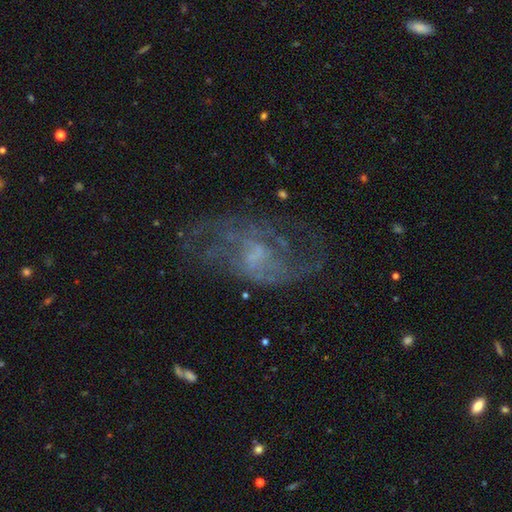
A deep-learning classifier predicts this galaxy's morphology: Smooth or featured? featured or disk (78%)
Edge-on disk? no (96%)
Bar? no (47%)
Spiral arms? yes (83%)
Spiral winding? medium (43%)
Spiral arm count? 2 (49%)
Bulge size? none (40%)
Merging? none (57%)